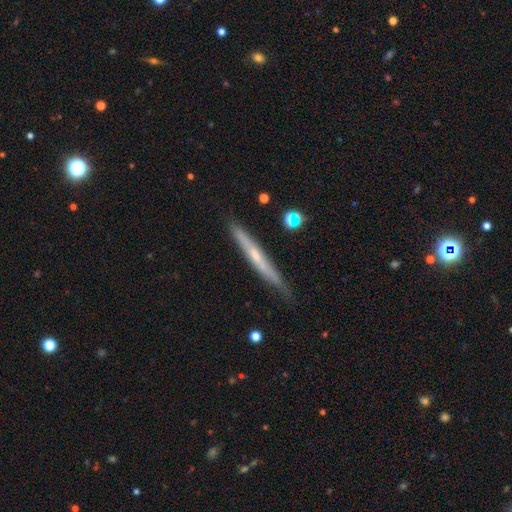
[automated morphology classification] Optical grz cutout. It shows a featured or disk galaxy (60%) viewed edge-on (95%) with a rounded central bulge (49%). Merging: none (82%).